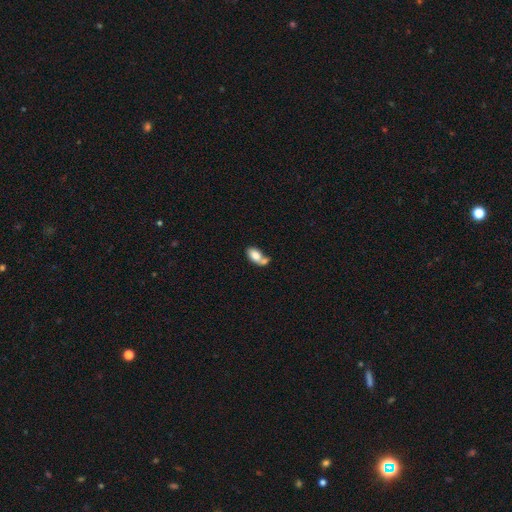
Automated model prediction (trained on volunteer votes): Smooth or featured? smooth (78%)
How rounded? in between (89%)
Merging? merger (52%)